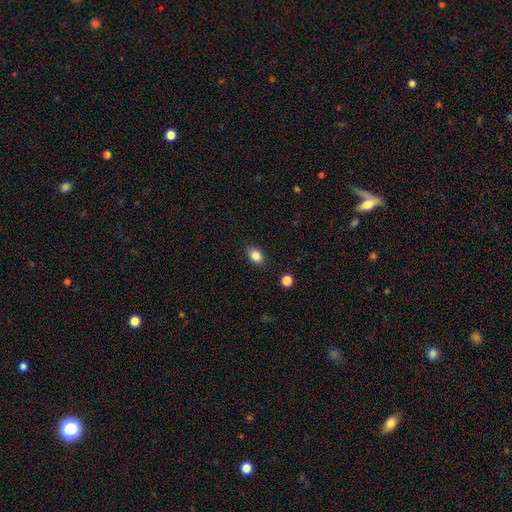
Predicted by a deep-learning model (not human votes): Q: Smooth or featured?
A: smooth (85%); runner-up: star or artifact (10%)
Q: How rounded?
A: in between (73%); runner-up: round (26%)
Q: Merging?
A: none (87%); runner-up: minor disturbance (9%)